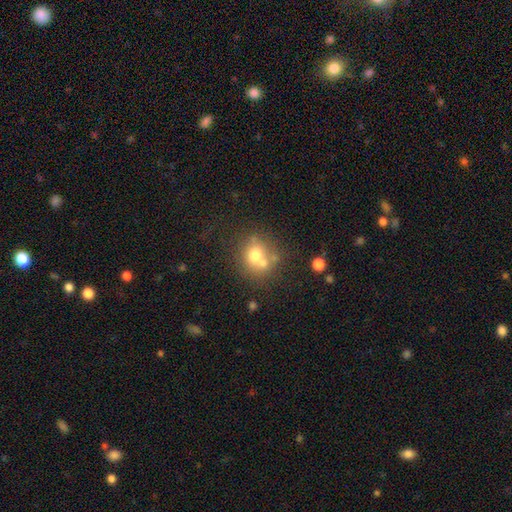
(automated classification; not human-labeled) smooth_or_featured: smooth (p=0.66) [alt: featured or disk p=0.20]
how_rounded: round (p=0.79) [alt: in between p=0.20]
merging: none (p=0.49) [alt: merger p=0.35]